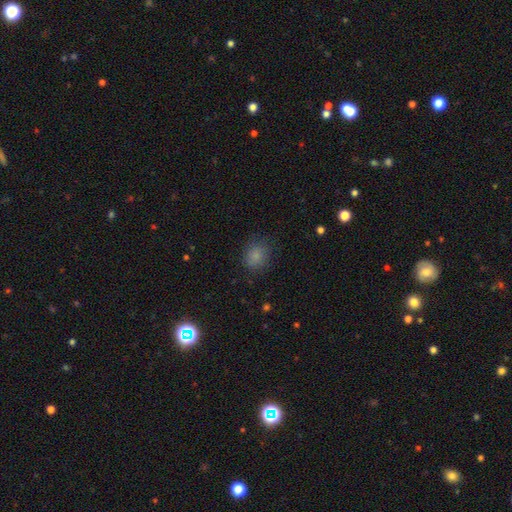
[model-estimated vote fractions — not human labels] smooth-or-featured: smooth: 82% | star or artifact: 13% | featured or disk: 6%
  how-rounded: round: 57% | in between: 42% | cigar-shaped: 1%
  merging: none: 77% | minor disturbance: 17% | major disturbance: 5% | merger: 1%